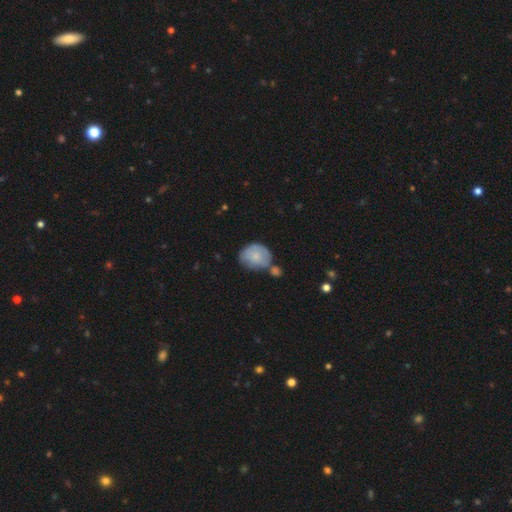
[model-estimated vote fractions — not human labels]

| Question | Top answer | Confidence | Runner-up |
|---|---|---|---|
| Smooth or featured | smooth | 70% | featured or disk (23%) |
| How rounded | in between | 51% | round (48%) |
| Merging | none | 43% | minor disturbance (27%) |